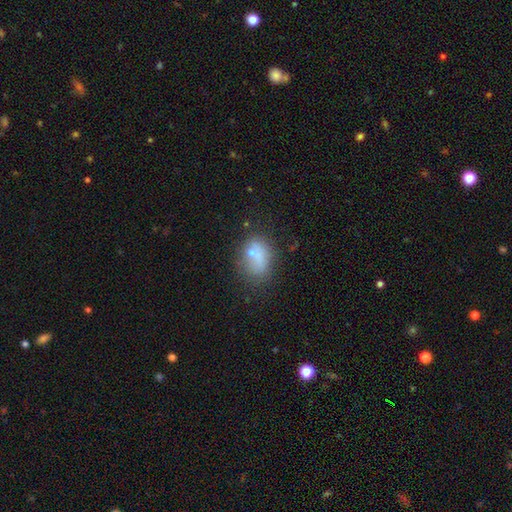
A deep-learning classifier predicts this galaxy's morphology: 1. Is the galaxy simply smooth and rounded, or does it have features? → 65% smooth, 20% featured or disk, 14% star or artifact.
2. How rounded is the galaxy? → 72% in between, 26% round, 2% cigar-shaped.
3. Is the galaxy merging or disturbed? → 48% none, 24% minor disturbance, 15% merger, 13% major disturbance.